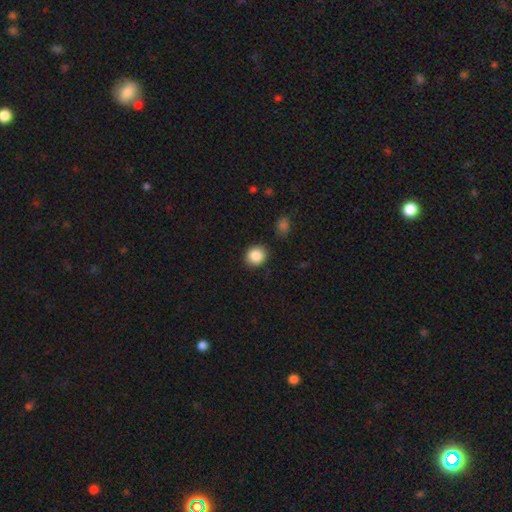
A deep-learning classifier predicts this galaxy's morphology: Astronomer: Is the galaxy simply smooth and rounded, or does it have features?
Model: smooth — 87%.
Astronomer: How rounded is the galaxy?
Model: round — 83%.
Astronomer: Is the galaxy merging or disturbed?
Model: none — 87%.